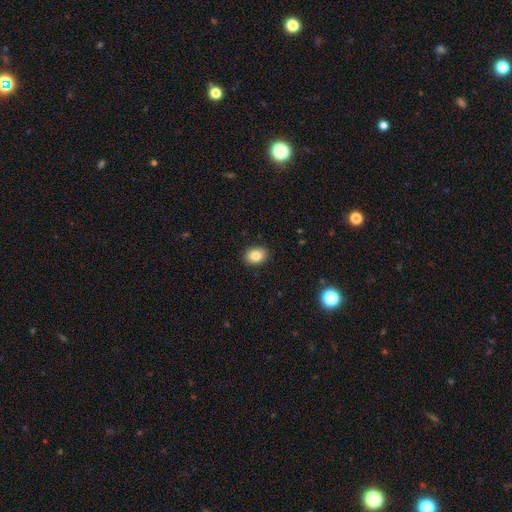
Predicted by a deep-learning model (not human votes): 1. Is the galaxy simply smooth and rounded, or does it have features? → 85% smooth, 9% star or artifact, 6% featured or disk.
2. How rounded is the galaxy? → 66% in between, 33% round, 1% cigar-shaped.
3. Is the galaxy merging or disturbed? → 89% none, 8% minor disturbance, 2% major disturbance, 1% merger.